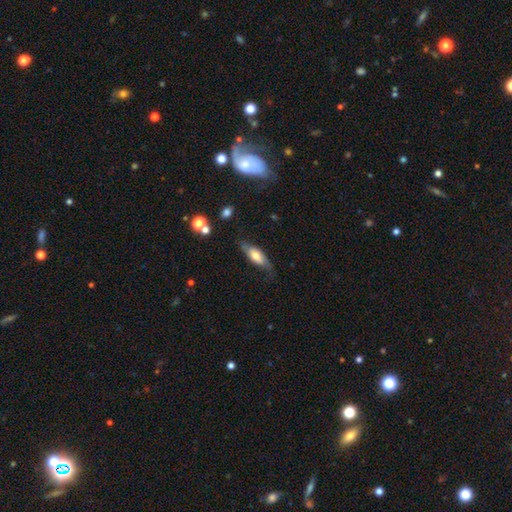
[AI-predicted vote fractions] Smooth or featured?
  - smooth: 50% *
  - featured or disk: 44%
  - star or artifact: 7%
Merging?
  - none: 65% *
  - minor disturbance: 24%
  - major disturbance: 9%
  - merger: 2%